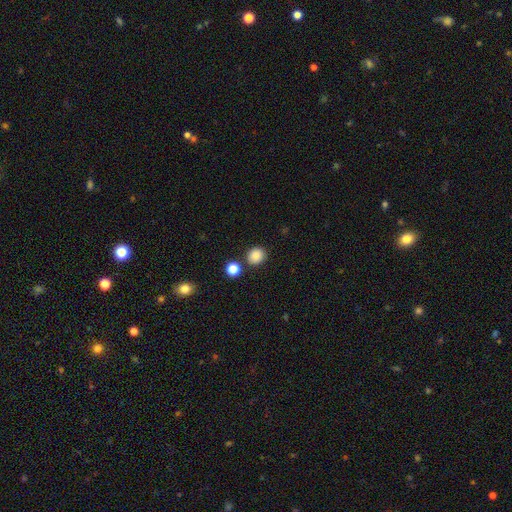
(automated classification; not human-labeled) Morphology: type=smooth (84%); roundness=round (78%); merging=none (83%).